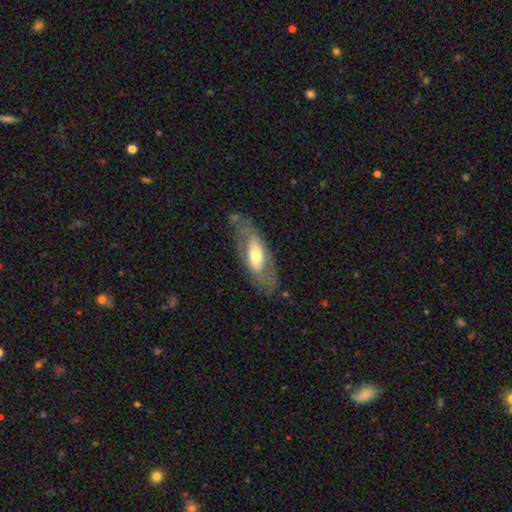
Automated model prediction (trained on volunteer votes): Overall: featured or disk (56%; smooth 38%). Edge-on disk: no (80%). Merging: none (67%).